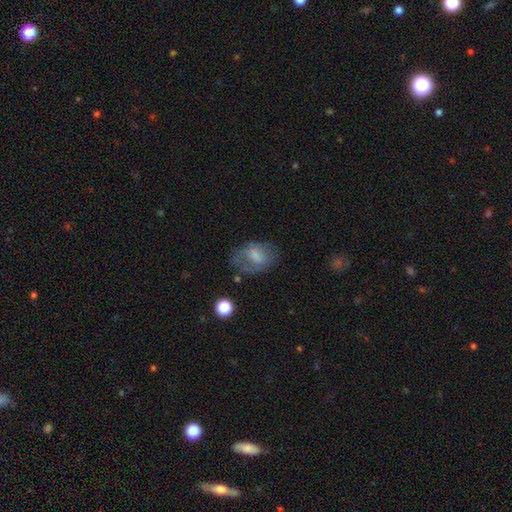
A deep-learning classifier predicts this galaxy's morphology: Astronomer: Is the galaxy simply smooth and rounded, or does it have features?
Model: smooth — 58%.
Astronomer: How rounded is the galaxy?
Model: in between — 75%.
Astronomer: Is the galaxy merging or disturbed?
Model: none — 48% (runner-up: minor disturbance, 26%).